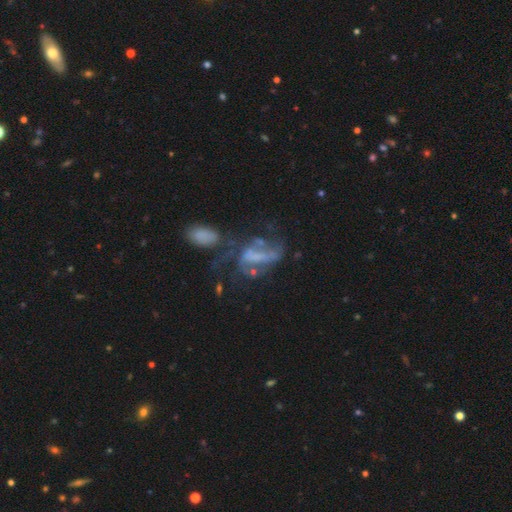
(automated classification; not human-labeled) smooth_or_featured: featured or disk (p=0.62) [alt: smooth p=0.22]
disk_edge_on: no (p=0.93) [alt: yes p=0.07]
bar: no (p=0.50) [alt: weak p=0.27]
has_spiral_arms: no (p=0.52) [alt: yes p=0.48]
bulge_size: none (p=0.59) [alt: small p=0.21]
merging: major disturbance (p=0.39) [alt: merger p=0.27]